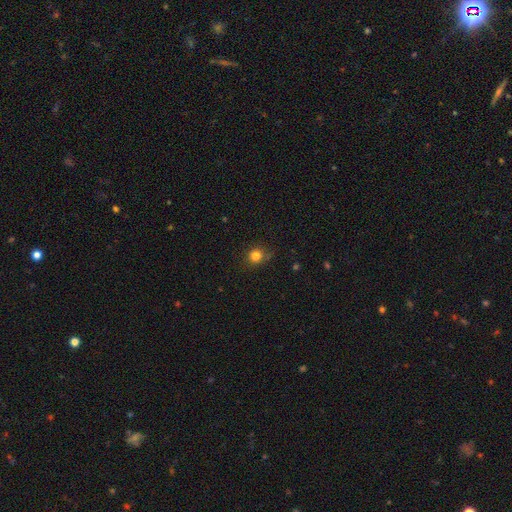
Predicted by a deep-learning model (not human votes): This appears to be a smooth galaxy with no disk features (82%) that is round (88%). Merging: none (79%).